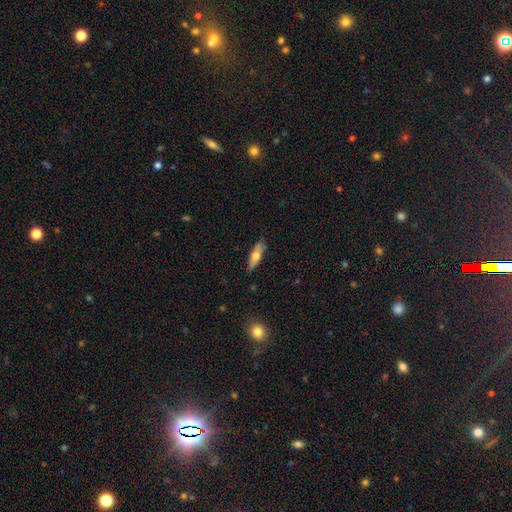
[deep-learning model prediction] Smooth or featured? smooth (56%)
How rounded? cigar-shaped (57%)
Merging? none (83%)